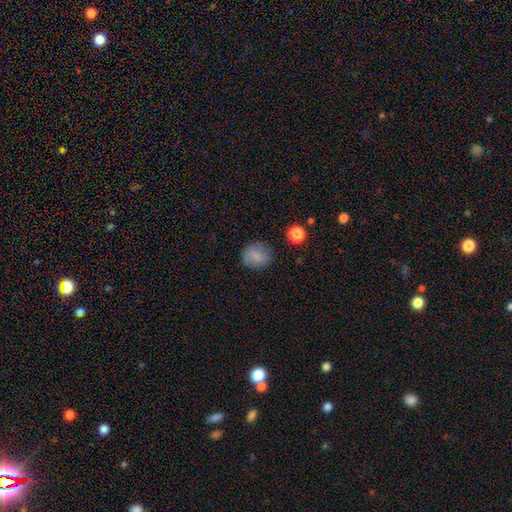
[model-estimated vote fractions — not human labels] smooth 79%, star or artifact 11%, featured or disk 10%. Down the decision tree: how rounded — round (79%); merging — none (81%).